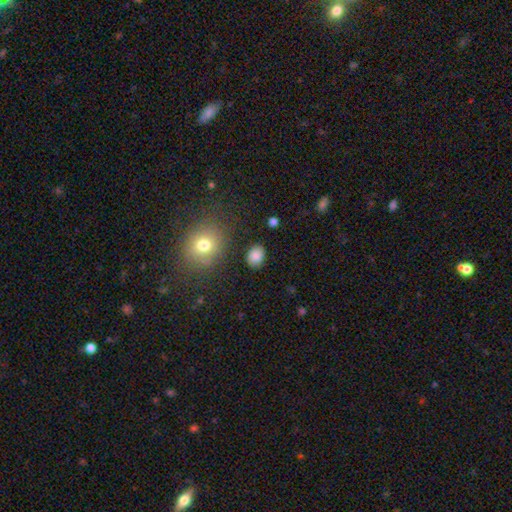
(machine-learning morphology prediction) smooth_or_featured: smooth (p=0.85) [alt: star or artifact p=0.10]
how_rounded: in between (p=0.61) [alt: round p=0.38]
merging: none (p=0.86) [alt: minor disturbance p=0.09]